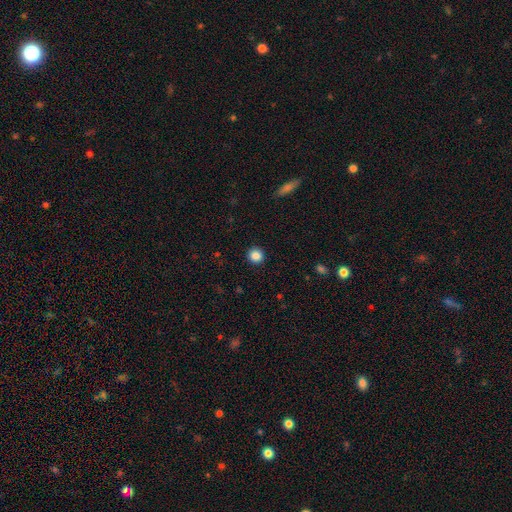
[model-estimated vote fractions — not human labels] This appears to be a smooth galaxy with no disk features (87%) that is round (93%). Merging: none (93%).